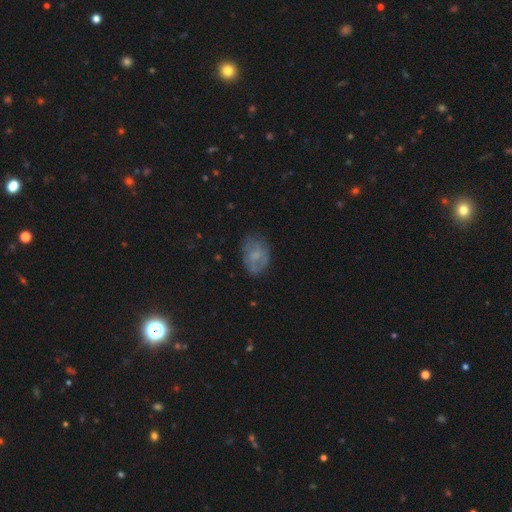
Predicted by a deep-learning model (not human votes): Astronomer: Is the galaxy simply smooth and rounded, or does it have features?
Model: smooth — 54% (runner-up: featured or disk, 36%).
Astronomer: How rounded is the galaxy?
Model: in between — 78%.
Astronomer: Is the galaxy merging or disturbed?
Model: none — 67%.